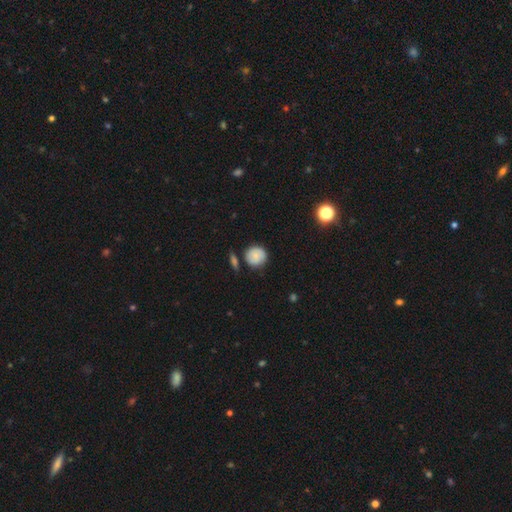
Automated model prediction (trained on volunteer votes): Morphology: type=smooth (71%); roundness=round (88%); merging=none (69%).